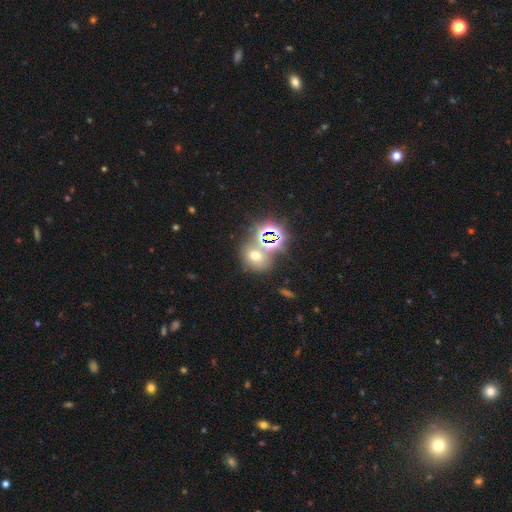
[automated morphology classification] Smooth or featured? Predicted: smooth (p=0.48). Merging? Predicted: none (p=0.57).